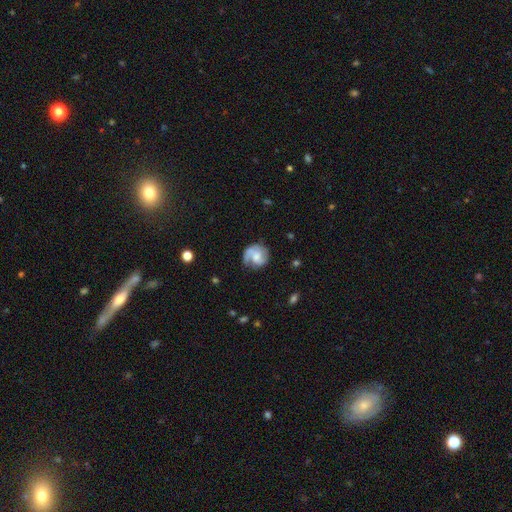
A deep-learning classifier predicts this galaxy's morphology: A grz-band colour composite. It shows a featured or disk galaxy (64%) with no bar (56%), 2 (51%) medium (41%) spiral arms (90%) and a moderate central bulge (42%). Merging: none (63%).